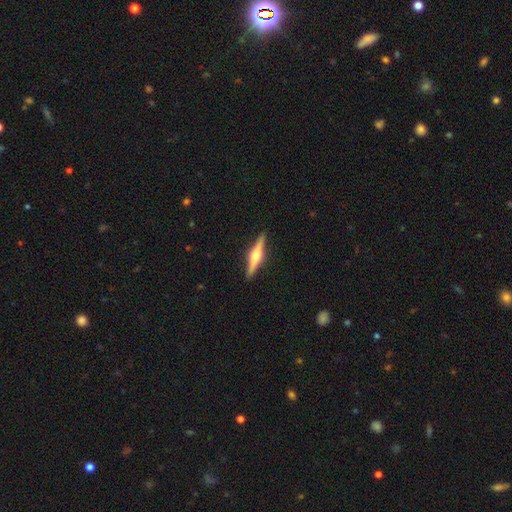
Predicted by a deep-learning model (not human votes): Overall: featured or disk (72%). Edge-on disk: yes (98%). Edge-on bulge: rounded (85%). Merging: none (91%).